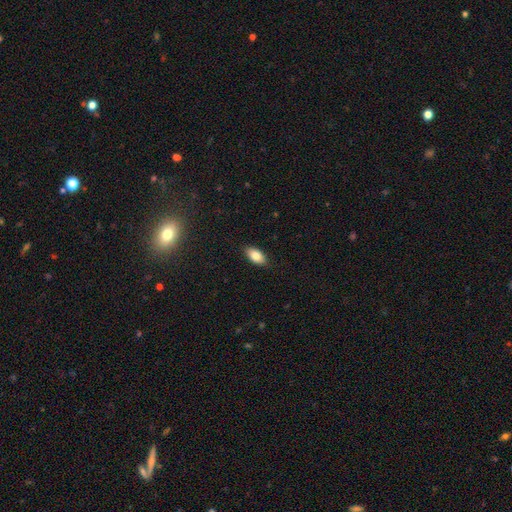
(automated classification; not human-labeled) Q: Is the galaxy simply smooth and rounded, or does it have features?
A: smooth — 84%.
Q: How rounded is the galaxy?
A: in between — 92%.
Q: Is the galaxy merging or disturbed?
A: none — 88%.